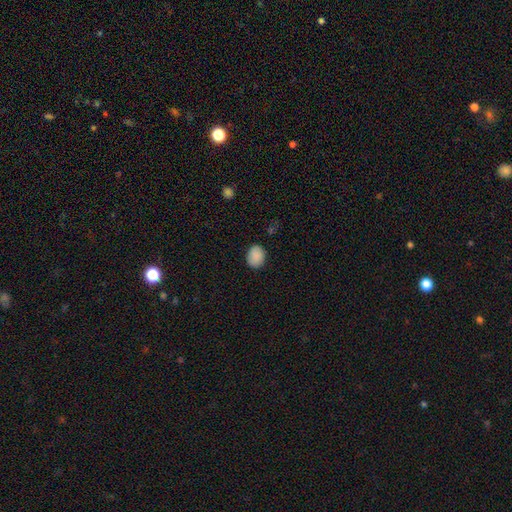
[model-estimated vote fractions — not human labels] A smooth galaxy with no disk features (88%) that is in between round and cigar-shaped (58%).

Vote fractions:
- Smooth or featured? smooth: 88% / star or artifact: 8% / featured or disk: 4%
- How rounded? in between: 58% / round: 41% / cigar-shaped: 1%
- Merging? none: 84% / minor disturbance: 13% / major disturbance: 3% / merger: 1%